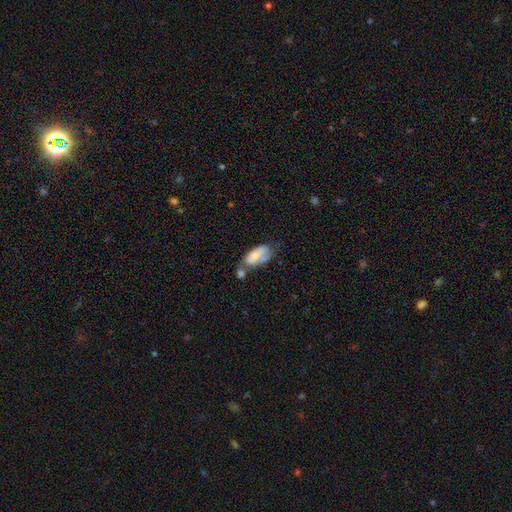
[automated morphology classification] This appears to be a smooth galaxy with no disk features (61%) that is in between round and cigar-shaped (91%). Merging: merger (39%).